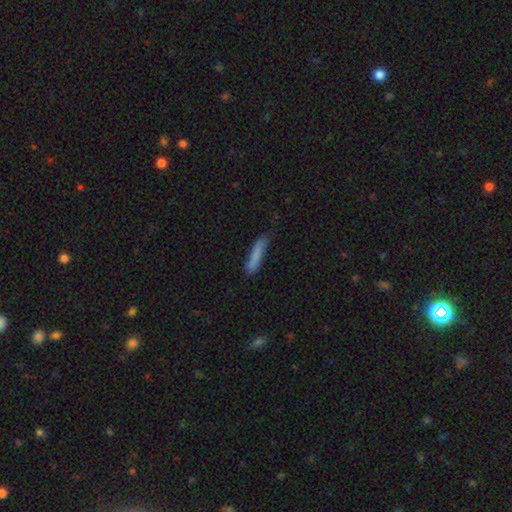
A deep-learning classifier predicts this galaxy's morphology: This appears to be a smooth galaxy with no disk features (81%) that is cigar-shaped (91%). Merging: none (74%).